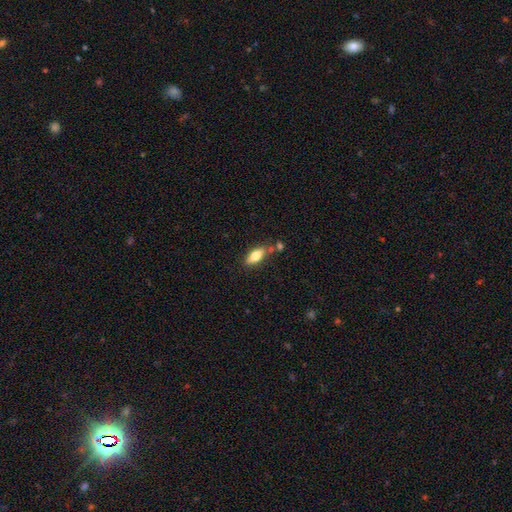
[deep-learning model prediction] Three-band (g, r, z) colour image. It shows a smooth galaxy with no disk features (74%) that is in between round and cigar-shaped (80%). Merging: none (70%).